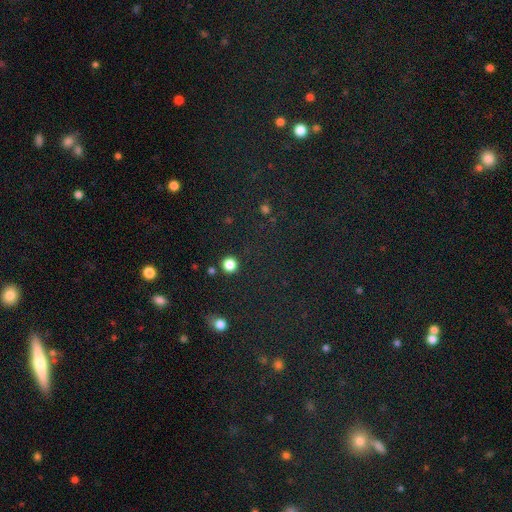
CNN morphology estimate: smooth_or_featured: star or artifact (p=0.68) [alt: smooth p=0.23]